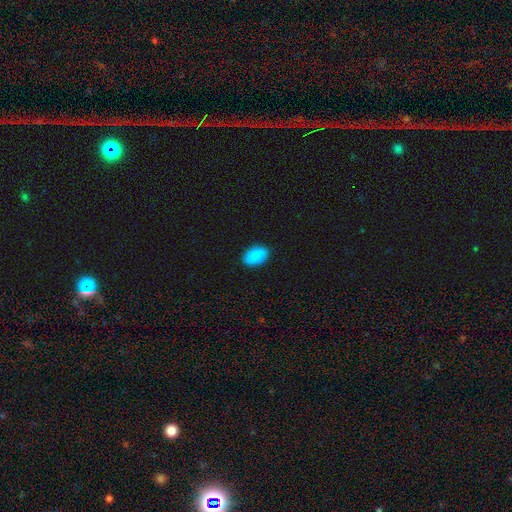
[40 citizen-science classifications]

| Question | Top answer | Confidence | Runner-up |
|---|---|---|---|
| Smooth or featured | smooth | 82% | featured or disk (15%) |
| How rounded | in between | 94% | round (6%) |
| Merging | none | 87% | minor disturbance (13%) |